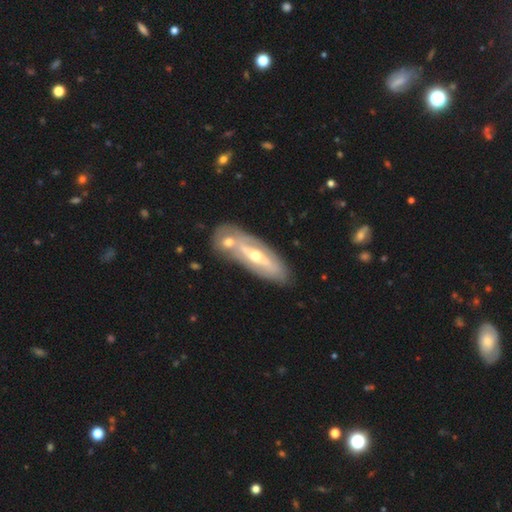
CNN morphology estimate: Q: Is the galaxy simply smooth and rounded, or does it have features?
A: featured or disk — 75%.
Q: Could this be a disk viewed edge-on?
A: no — 74%.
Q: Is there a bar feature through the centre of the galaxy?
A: no — 36%.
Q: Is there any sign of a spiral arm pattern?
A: yes — 58%.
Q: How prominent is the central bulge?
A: moderate — 60%.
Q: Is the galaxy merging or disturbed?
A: none — 62%.